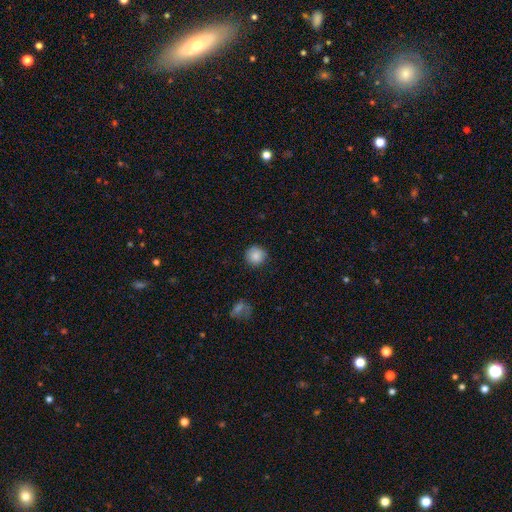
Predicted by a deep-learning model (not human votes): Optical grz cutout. It shows a smooth galaxy with no disk features (87%) that is round (94%). Merging: none (87%).